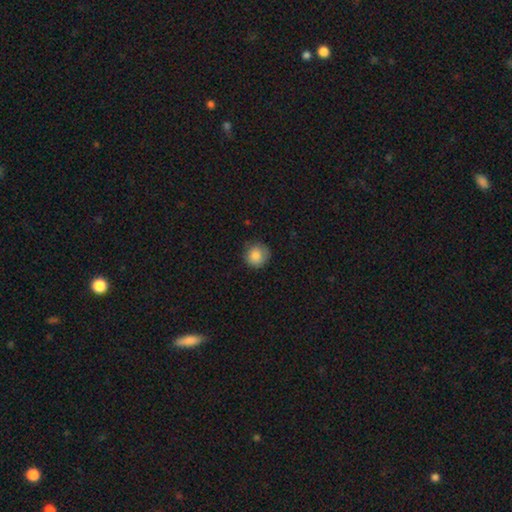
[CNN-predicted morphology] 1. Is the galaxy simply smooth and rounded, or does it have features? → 85% smooth, 8% star or artifact, 6% featured or disk.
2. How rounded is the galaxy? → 93% round, 6% in between, 1% cigar-shaped.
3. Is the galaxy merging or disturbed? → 79% none, 17% minor disturbance, 3% major disturbance, 1% merger.